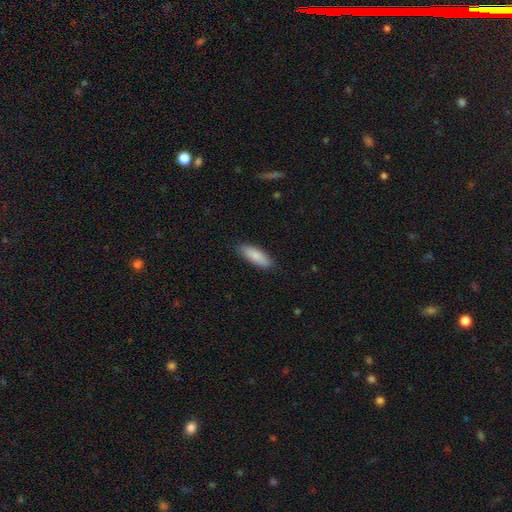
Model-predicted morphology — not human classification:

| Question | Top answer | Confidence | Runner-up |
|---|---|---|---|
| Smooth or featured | smooth | 87% | featured or disk (8%) |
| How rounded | in between | 62% | cigar-shaped (36%) |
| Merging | none | 87% | minor disturbance (10%) |